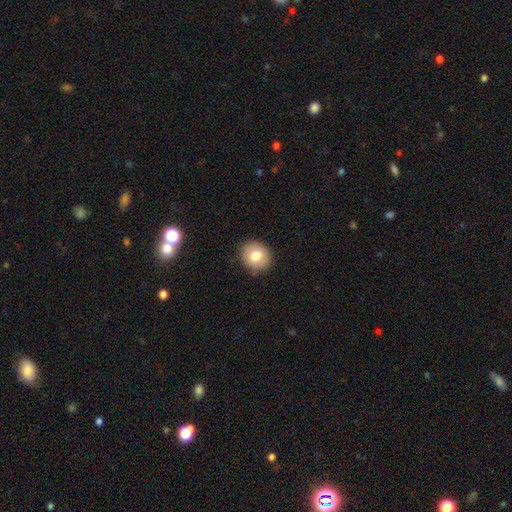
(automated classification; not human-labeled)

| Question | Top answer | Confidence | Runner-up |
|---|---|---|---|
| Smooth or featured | smooth | 78% | featured or disk (13%) |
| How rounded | round | 77% | in between (22%) |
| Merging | none | 84% | minor disturbance (12%) |